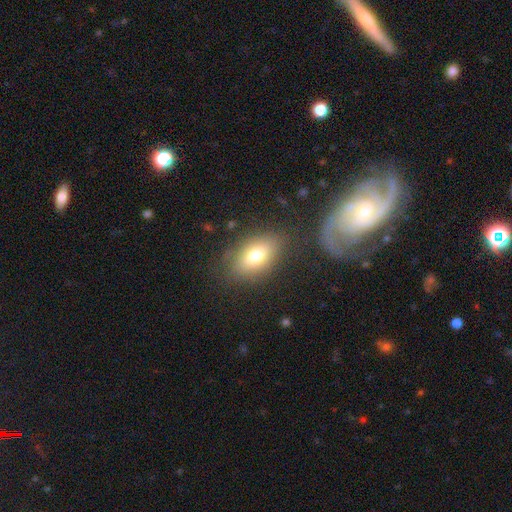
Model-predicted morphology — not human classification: This is likely a smooth galaxy (74%). How rounded: clearly in between (85%). Merging: likely none (79%).